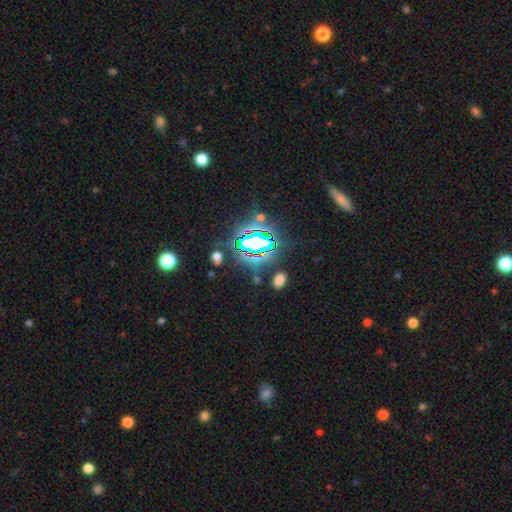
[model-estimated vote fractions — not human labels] Q: Smooth or featured?
A: star or artifact (80%); runner-up: smooth (12%)